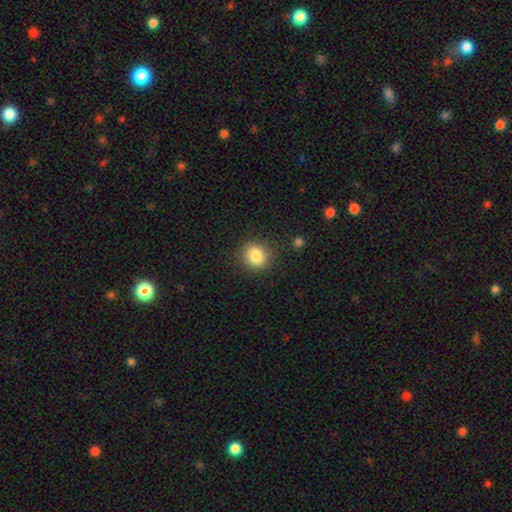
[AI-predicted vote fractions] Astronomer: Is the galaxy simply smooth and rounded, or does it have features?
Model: smooth — 84%.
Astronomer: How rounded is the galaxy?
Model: round — 79%.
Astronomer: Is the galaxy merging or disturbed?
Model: none — 87%.